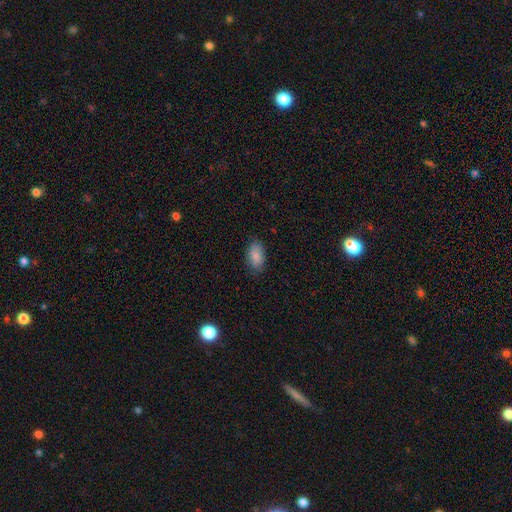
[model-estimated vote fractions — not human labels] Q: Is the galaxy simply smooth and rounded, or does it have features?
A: smooth — 86%.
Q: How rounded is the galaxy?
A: in between — 92%.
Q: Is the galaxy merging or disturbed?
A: none — 84%.